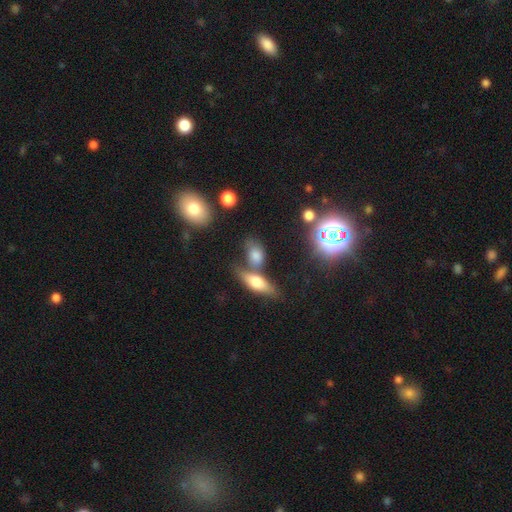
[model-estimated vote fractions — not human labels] Smooth or featured? smooth (70%)
How rounded? in between (74%)
Merging? none (46%)